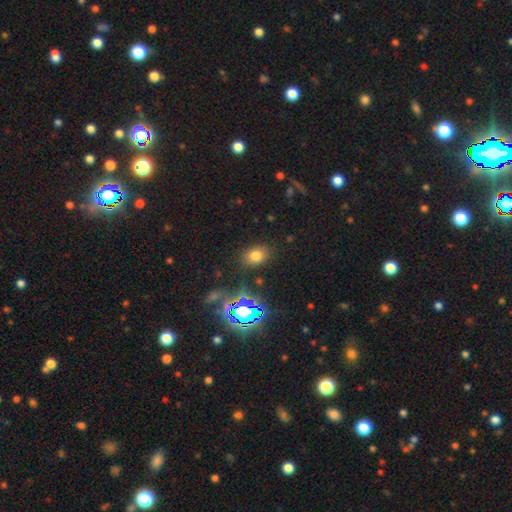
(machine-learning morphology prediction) The model was most divided on "how rounded": in between: 62%, round: 37%, cigar-shaped: 1%. More confident: merging — none (83%); smooth or featured — smooth (68%).